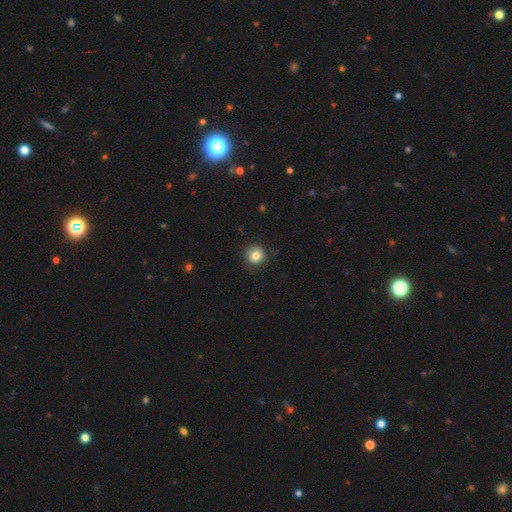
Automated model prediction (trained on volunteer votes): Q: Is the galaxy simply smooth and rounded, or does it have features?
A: smooth — 83%.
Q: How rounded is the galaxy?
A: round — 92%.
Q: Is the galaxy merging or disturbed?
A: none — 83%.